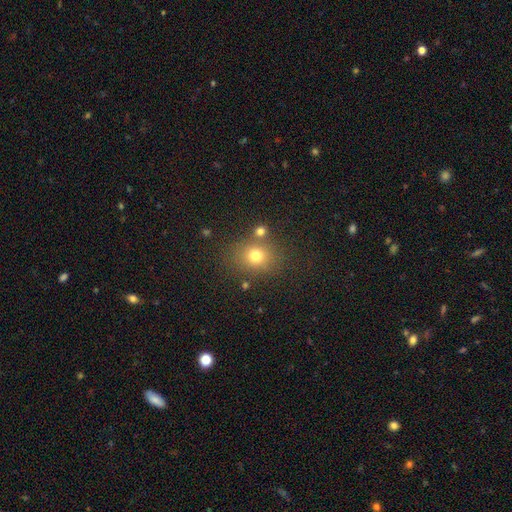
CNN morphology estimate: smooth 73%, star or artifact 17%, featured or disk 11%. Down the decision tree: how rounded — round (68%); merging — none (72%).